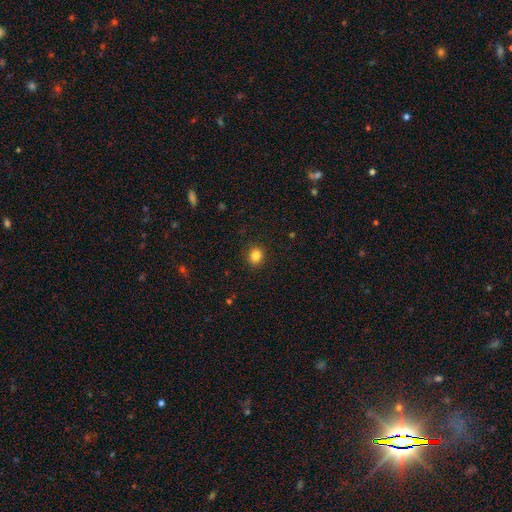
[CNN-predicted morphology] Smooth or featured? Predicted: smooth (p=0.83). How rounded? Predicted: round (p=0.83). Merging? Predicted: none (p=0.91).